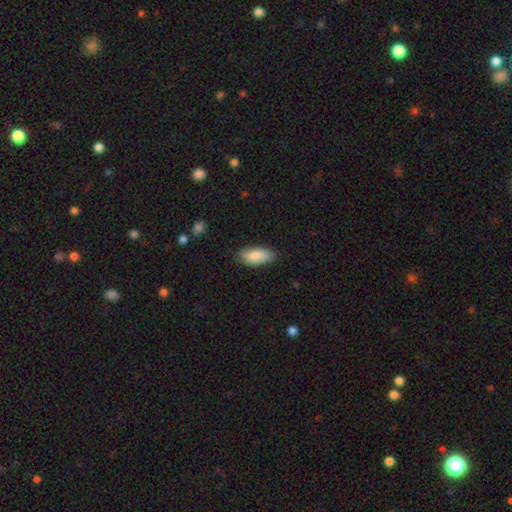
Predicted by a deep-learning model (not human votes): A smooth galaxy with no disk features (86%) that is in between round and cigar-shaped (84%).

Vote fractions:
- Smooth or featured? smooth: 86% / featured or disk: 8% / star or artifact: 6%
- How rounded? in between: 84% / cigar-shaped: 14% / round: 2%
- Merging? none: 82% / minor disturbance: 14% / major disturbance: 2% / merger: 1%